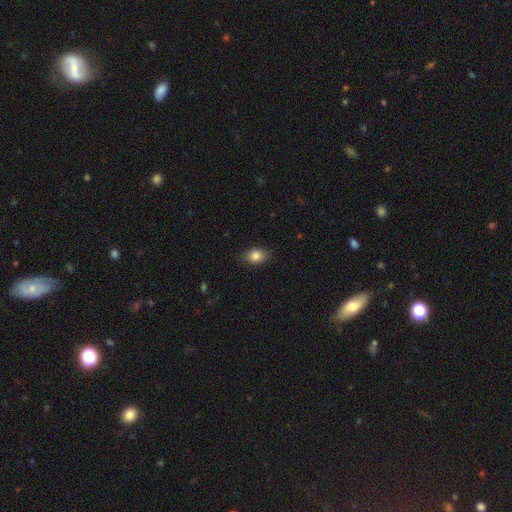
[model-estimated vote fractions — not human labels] Q: Smooth or featured?
A: smooth (85%); runner-up: star or artifact (9%)
Q: How rounded?
A: in between (73%); runner-up: round (26%)
Q: Merging?
A: none (86%); runner-up: minor disturbance (11%)